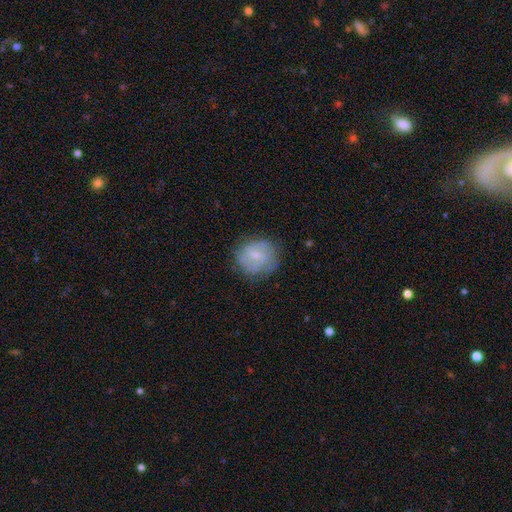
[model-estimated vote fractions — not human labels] smooth-or-featured: smooth: 56% | featured or disk: 36% | star or artifact: 8%
  how-rounded: round: 83% | in between: 16% | cigar-shaped: 1%
  merging: none: 71% | minor disturbance: 20% | major disturbance: 8% | merger: 2%